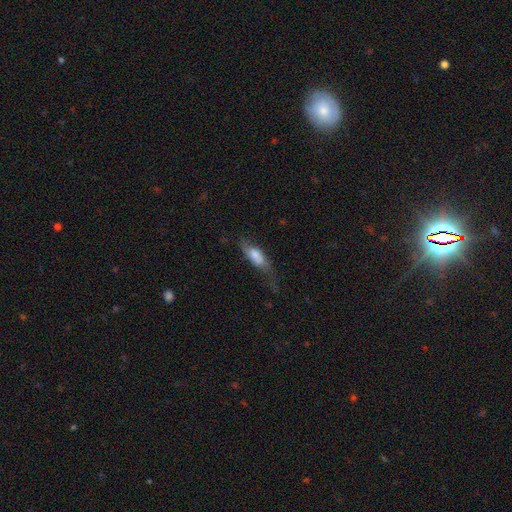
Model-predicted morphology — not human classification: This appears to be a smooth galaxy with no disk features (61%) that is in between round and cigar-shaped (70%). Merging: none (38%).